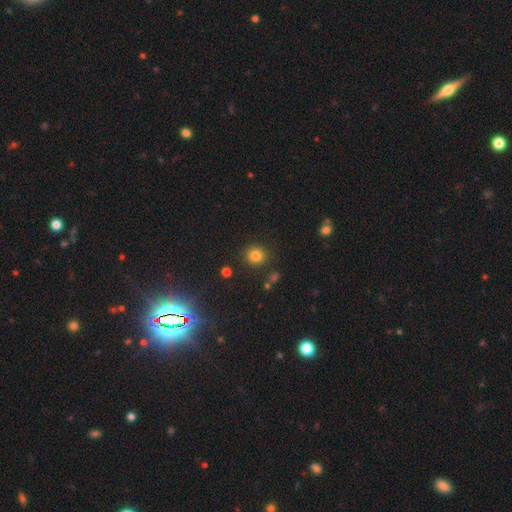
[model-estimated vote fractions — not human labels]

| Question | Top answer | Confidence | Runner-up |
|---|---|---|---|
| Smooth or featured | smooth | 81% | star or artifact (13%) |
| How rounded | round | 88% | in between (11%) |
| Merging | none | 87% | minor disturbance (7%) |